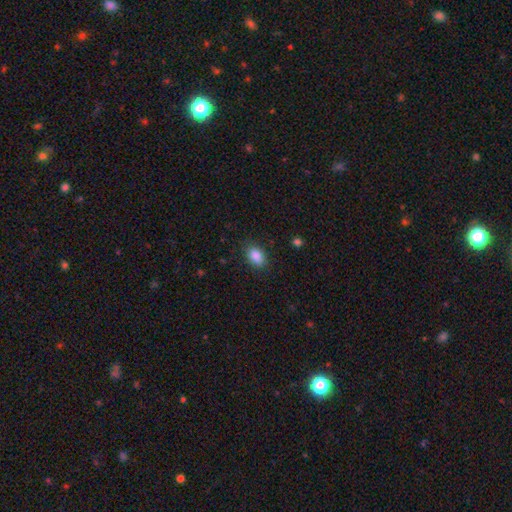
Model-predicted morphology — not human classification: This is clearly a smooth galaxy (87%). How rounded: clearly in between (85%). Merging: clearly none (83%).